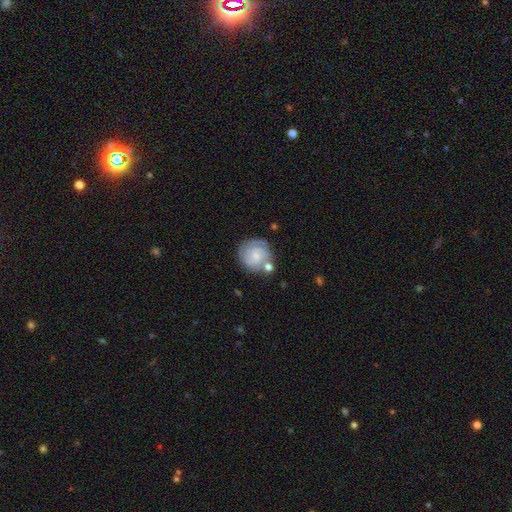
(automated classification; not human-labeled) This is likely a featured or disk galaxy (73%). It is clearly not viewed edge-on (98%). Bar: likely no (61%). Spiral arm pattern: clearly yes (95%). Spiral arm count: marginally 2 (38%). Spiral winding: likely tight (67%). Central bulge: possibly small (59%). Merging: likely none (67%).